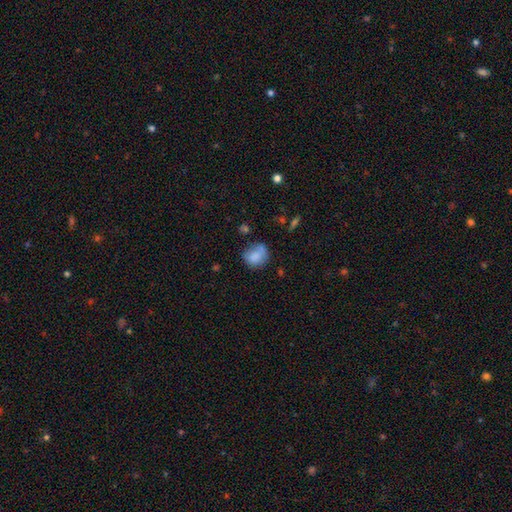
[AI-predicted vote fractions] smooth_or_featured: smooth (p=0.77) [alt: featured or disk p=0.13]
how_rounded: round (p=0.68) [alt: in between p=0.31]
merging: none (p=0.54) [alt: minor disturbance p=0.25]